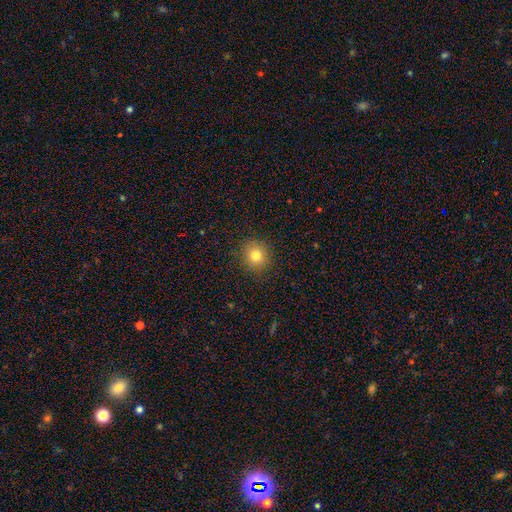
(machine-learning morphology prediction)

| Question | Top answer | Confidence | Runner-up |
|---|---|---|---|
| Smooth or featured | smooth | 79% | star or artifact (13%) |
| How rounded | round | 87% | in between (12%) |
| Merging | none | 90% | minor disturbance (7%) |